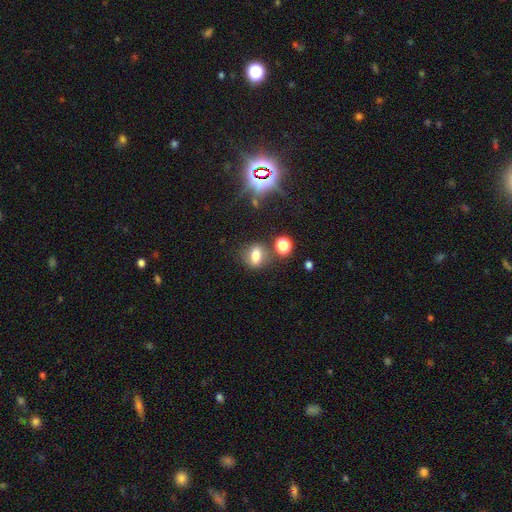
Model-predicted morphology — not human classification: smooth-or-featured: smooth: 68% | star or artifact: 16% | featured or disk: 16%
  how-rounded: in between: 64% | round: 30% | cigar-shaped: 6%
  merging: none: 71% | minor disturbance: 15% | merger: 9% | major disturbance: 6%